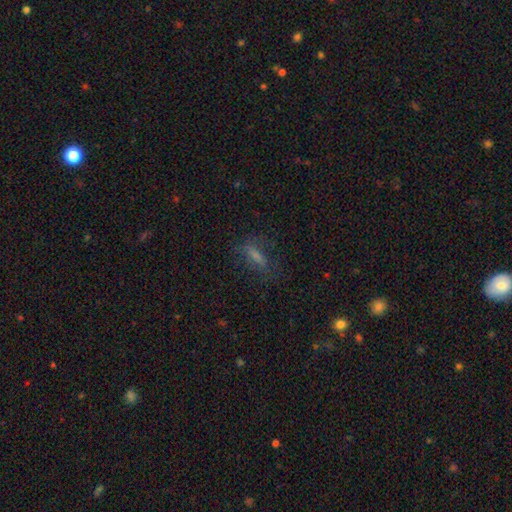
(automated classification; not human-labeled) Smooth or featured: smooth — 58% (featured or disk — 24%)
How rounded: cigar-shaped — 57% (in between — 38%)
Merging: none — 71% (minor disturbance — 16%)